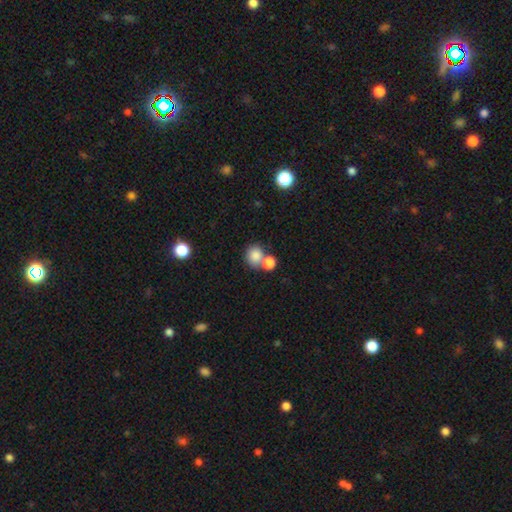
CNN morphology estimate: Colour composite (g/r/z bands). It shows a smooth galaxy with no disk features (83%) that is round (81%). Merging: none (49%).